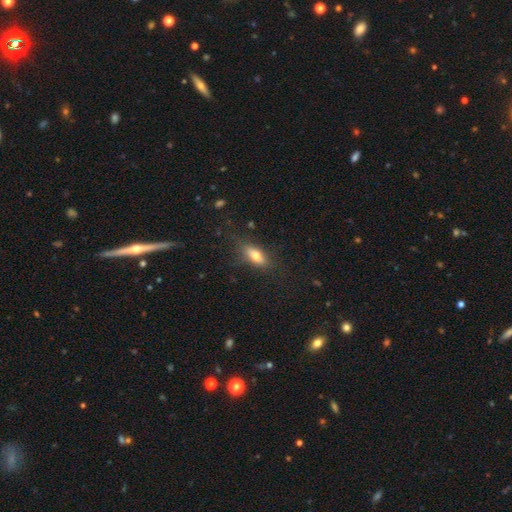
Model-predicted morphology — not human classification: This appears to be a smooth galaxy with no disk features (72%) that is in between round and cigar-shaped (78%). Merging: none (75%).